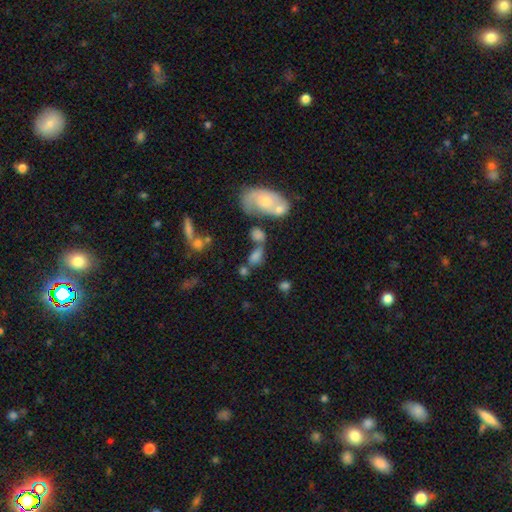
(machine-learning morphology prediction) Overall: smooth (60%; featured or disk 24%). How rounded: in between (73%). Merging: merger (38%; none 34%).